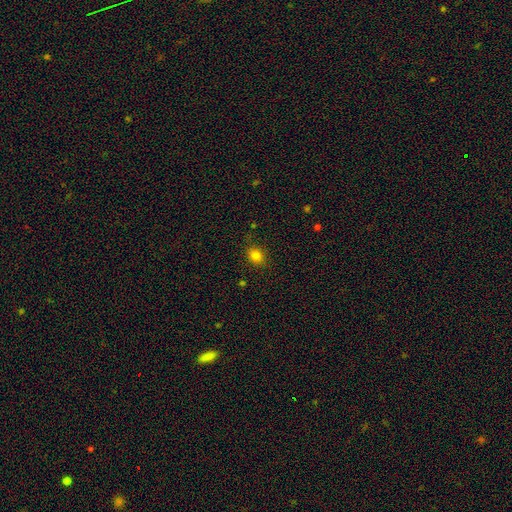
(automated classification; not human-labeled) This appears to be a smooth galaxy with no disk features (82%) that is round (54%). Merging: none (85%).